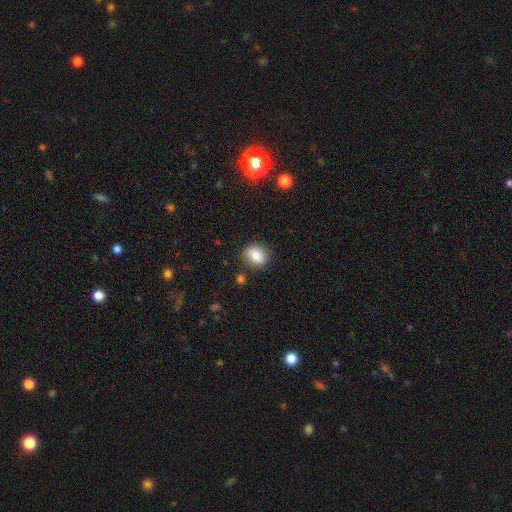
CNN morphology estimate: type=smooth (81%); roundness=round (56%); merging=none (77%).